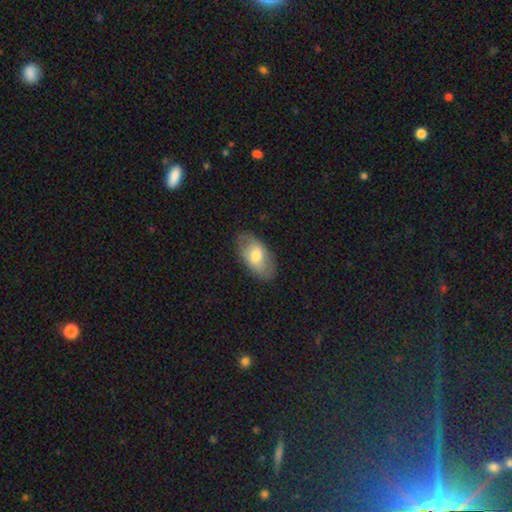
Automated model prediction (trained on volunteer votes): Smooth or featured? smooth (66%)
How rounded? in between (93%)
Merging? none (81%)